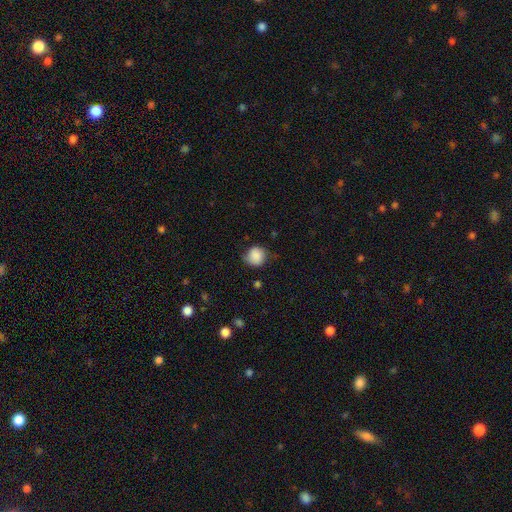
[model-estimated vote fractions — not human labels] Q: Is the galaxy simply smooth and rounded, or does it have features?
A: smooth — 85%.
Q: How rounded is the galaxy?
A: round — 85%.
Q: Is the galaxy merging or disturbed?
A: none — 70%.